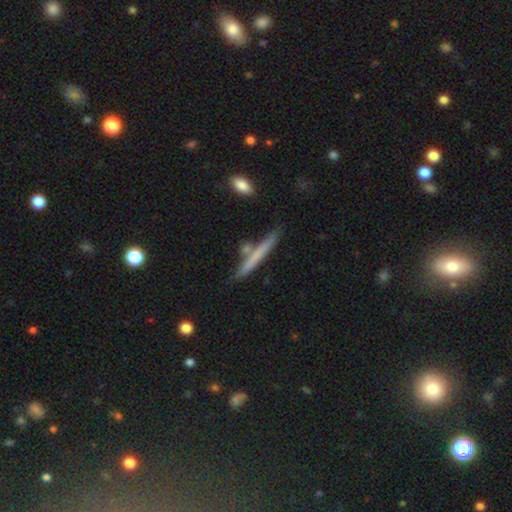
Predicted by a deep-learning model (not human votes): Smooth or featured? smooth (57%)
How rounded? cigar-shaped (95%)
Merging? none (73%)